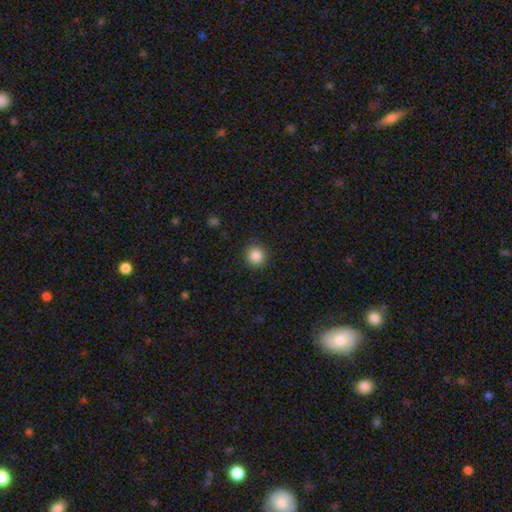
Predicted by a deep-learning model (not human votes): smooth-or-featured: smooth: 87% | star or artifact: 9% | featured or disk: 4%
  how-rounded: round: 93% | in between: 6% | cigar-shaped: 1%
  merging: none: 91% | minor disturbance: 6% | major disturbance: 2% | merger: 1%